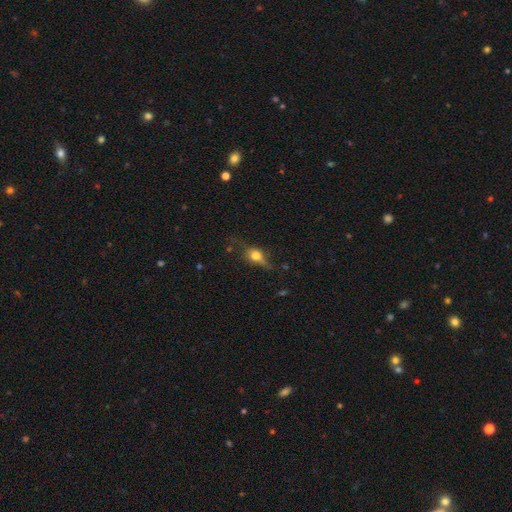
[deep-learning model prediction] Smooth or featured? smooth (58%)
How rounded? in between (51%)
Merging? none (51%)